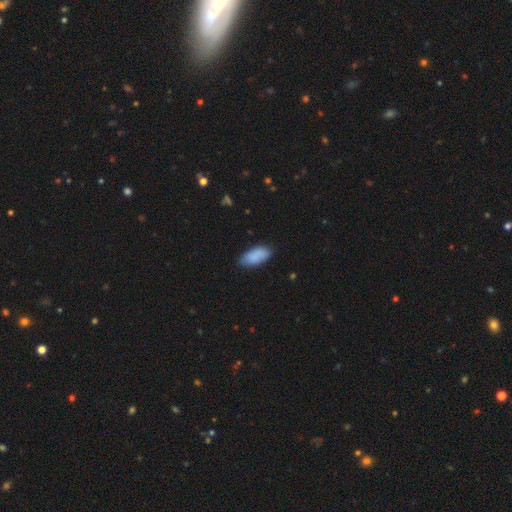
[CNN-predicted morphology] The model was most divided on "merging": none: 83%, minor disturbance: 13%, major disturbance: 2%, merger: 1%. More confident: how rounded — in between (91%); smooth or featured — smooth (89%).